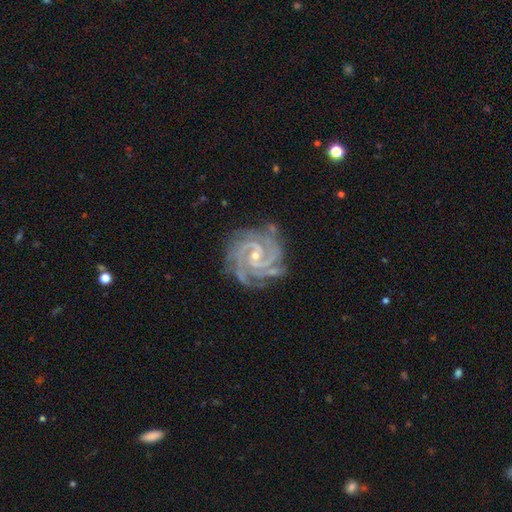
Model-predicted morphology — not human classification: Smooth or featured? featured or disk (93%)
Edge-on disk? no (98%)
Bar? no (44%)
Spiral arms? yes (99%)
Spiral winding? tight (76%)
Spiral arm count? 3 (33%)
Bulge size? small (73%)
Merging? none (77%)